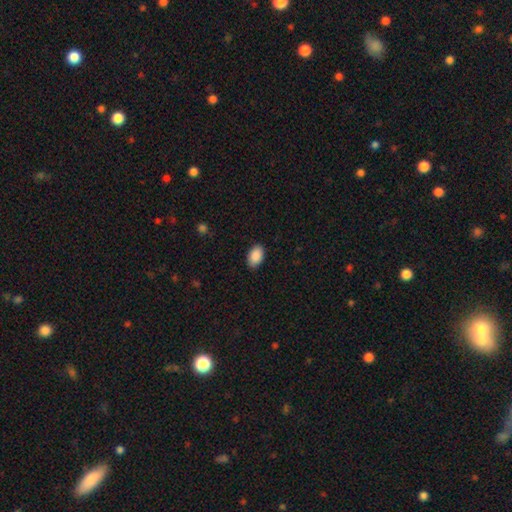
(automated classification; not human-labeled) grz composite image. It shows a smooth galaxy with no disk features (90%) that is in between round and cigar-shaped (92%). Merging: none (88%).